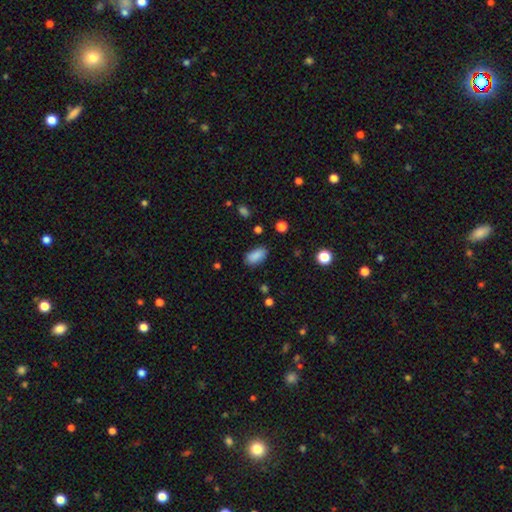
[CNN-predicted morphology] smooth-or-featured: smooth: 88% | star or artifact: 8% | featured or disk: 4%
  how-rounded: in between: 92% | cigar-shaped: 4% | round: 4%
  merging: none: 83% | minor disturbance: 12% | major disturbance: 3% | merger: 2%